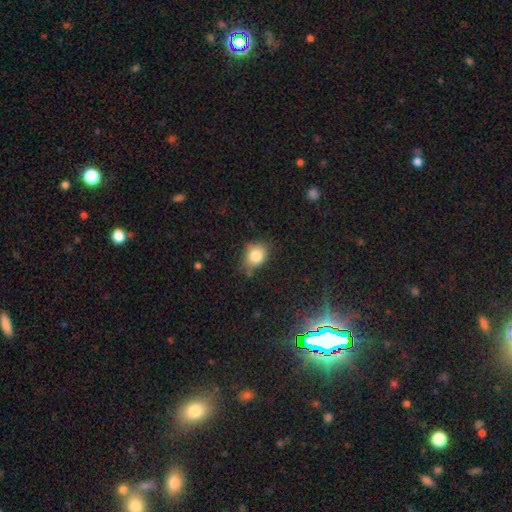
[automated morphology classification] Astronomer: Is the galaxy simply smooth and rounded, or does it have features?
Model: smooth — 83%.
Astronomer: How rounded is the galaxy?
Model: round — 52% (runner-up: in between, 47%).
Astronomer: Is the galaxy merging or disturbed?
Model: none — 66%.